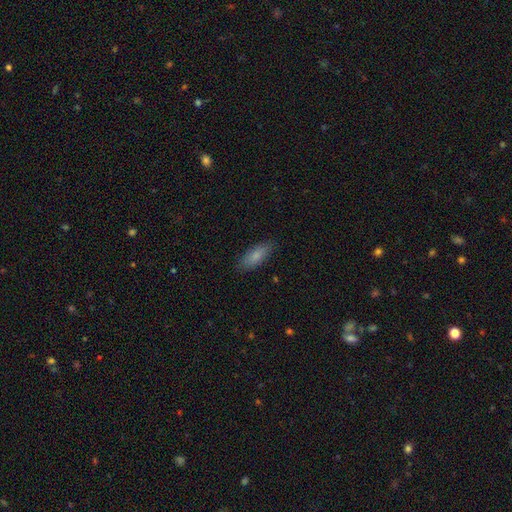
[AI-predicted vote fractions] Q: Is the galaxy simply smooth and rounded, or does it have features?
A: smooth — 81%.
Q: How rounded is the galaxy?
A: in between — 73%.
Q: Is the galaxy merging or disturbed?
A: none — 83%.